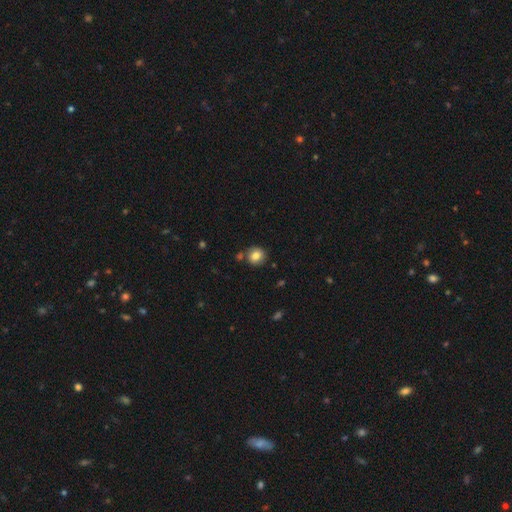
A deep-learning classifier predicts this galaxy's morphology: Smooth or featured?
  - smooth: 82% *
  - star or artifact: 10%
  - featured or disk: 8%
How rounded?
  - round: 86% *
  - in between: 13%
  - cigar-shaped: 1%
Merging?
  - none: 78% *
  - minor disturbance: 11%
  - merger: 8%
  - major disturbance: 3%